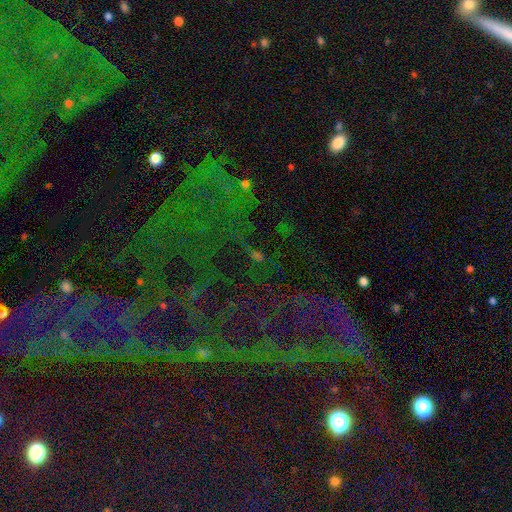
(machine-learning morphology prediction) This is likely a star or artifact rather than a galaxy (70%).